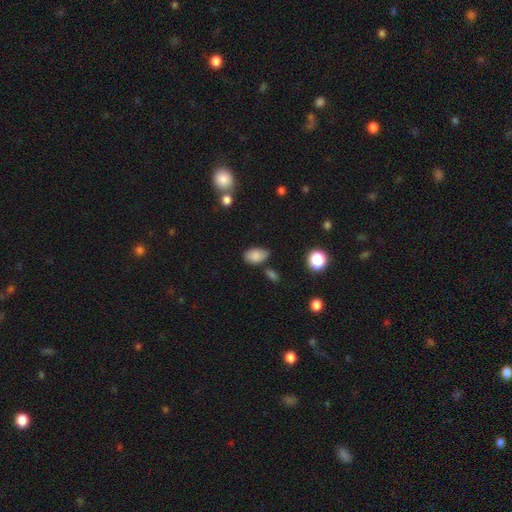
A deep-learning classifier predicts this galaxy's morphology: Overall: smooth (83%). How rounded: in between (90%). Merging: none (65%; minor disturbance 25%).